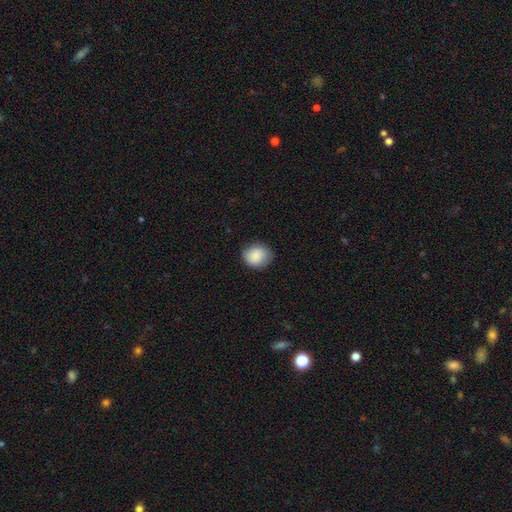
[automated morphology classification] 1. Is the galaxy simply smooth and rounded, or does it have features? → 87% smooth, 7% star or artifact, 5% featured or disk.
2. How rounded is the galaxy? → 72% round, 27% in between, 1% cigar-shaped.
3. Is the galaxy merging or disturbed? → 82% none, 14% minor disturbance, 3% major disturbance, 1% merger.